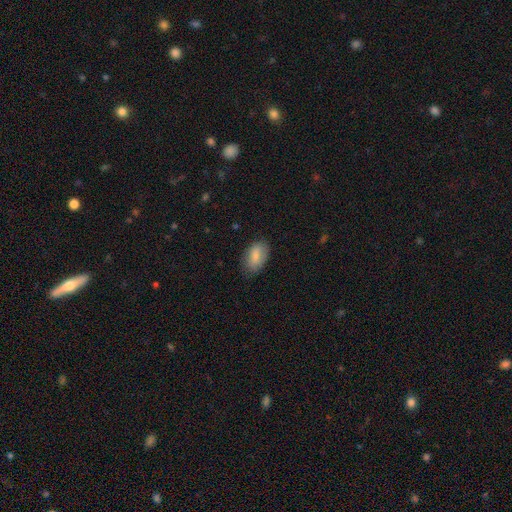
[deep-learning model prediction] Smooth or featured: smooth — 82% (featured or disk — 12%)
How rounded: in between — 92% (round — 6%)
Merging: none — 76% (minor disturbance — 19%)